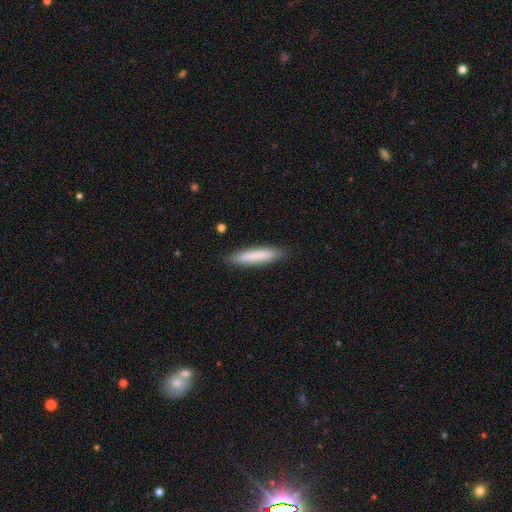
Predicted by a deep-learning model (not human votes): Smooth or featured?
  - smooth: 81% *
  - featured or disk: 13%
  - star or artifact: 6%
How rounded?
  - cigar-shaped: 88% *
  - in between: 11%
  - round: 1%
Merging?
  - none: 88% *
  - minor disturbance: 9%
  - major disturbance: 2%
  - merger: 1%